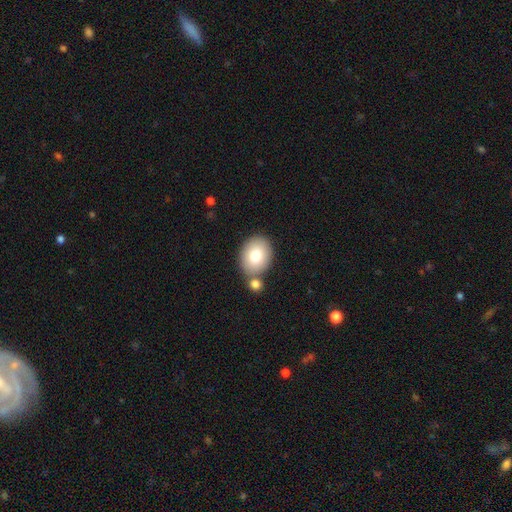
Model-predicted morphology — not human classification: This appears to be a smooth galaxy with no disk features (78%) that is in between round and cigar-shaped (56%). Merging: none (68%).